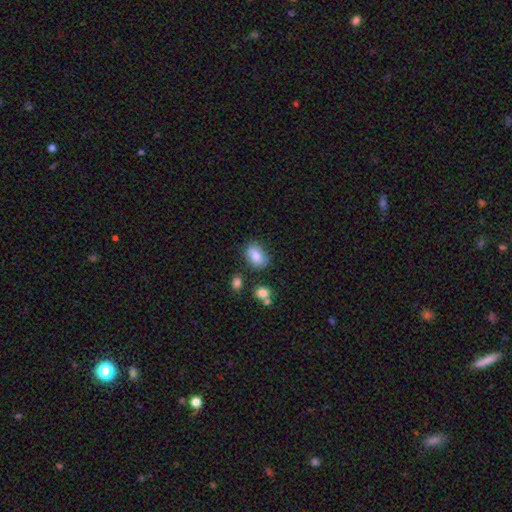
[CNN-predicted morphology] Smooth or featured? Predicted: smooth (p=0.83). How rounded? Predicted: in between (p=0.81). Merging? Predicted: none (p=0.71).